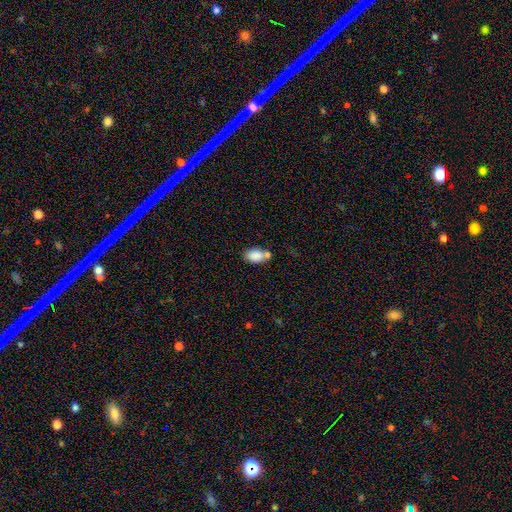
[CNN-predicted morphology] The model was most divided on "merging": none: 51%, merger: 28%, minor disturbance: 16%, major disturbance: 5%. More confident: smooth or featured — smooth (85%); how rounded — in between (85%).